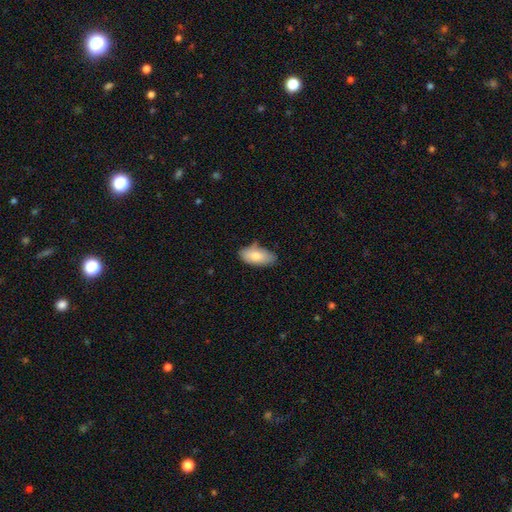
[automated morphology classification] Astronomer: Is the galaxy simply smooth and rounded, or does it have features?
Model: smooth — 79%.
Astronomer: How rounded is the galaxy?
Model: in between — 93%.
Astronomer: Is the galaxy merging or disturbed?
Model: none — 63%.